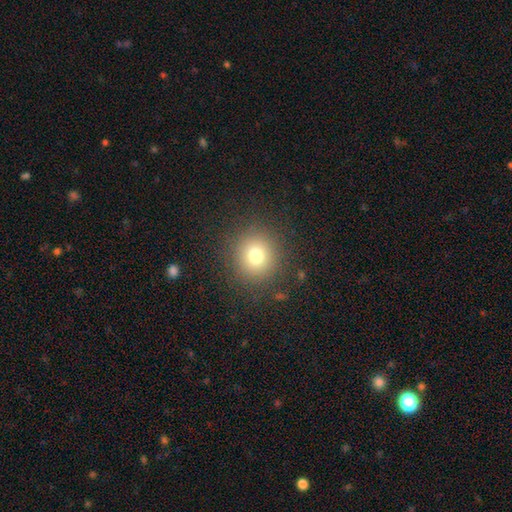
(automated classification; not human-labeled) smooth 75%, star or artifact 15%, featured or disk 10%. Down the decision tree: how rounded — round (90%); merging — none (88%).